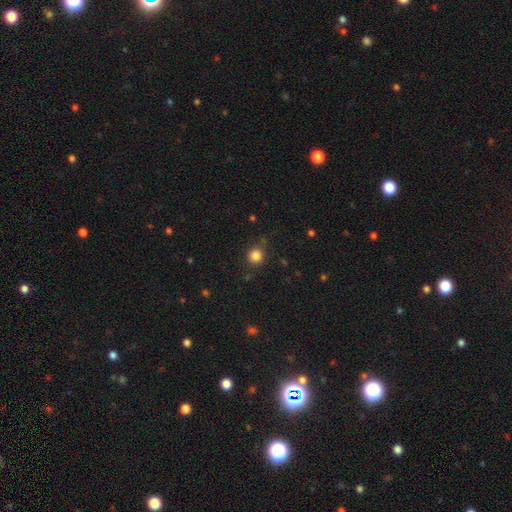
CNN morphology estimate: Smooth or featured? Predicted: smooth (p=0.84). How rounded? Predicted: round (p=0.92). Merging? Predicted: none (p=0.85).